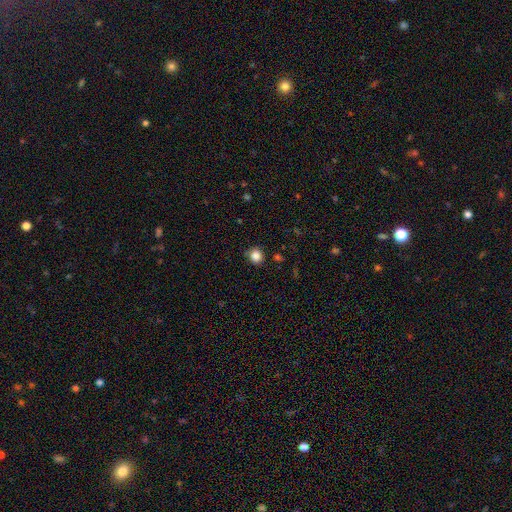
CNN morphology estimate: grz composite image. It shows a smooth galaxy with no disk features (86%) that is round (85%). Merging: none (84%).